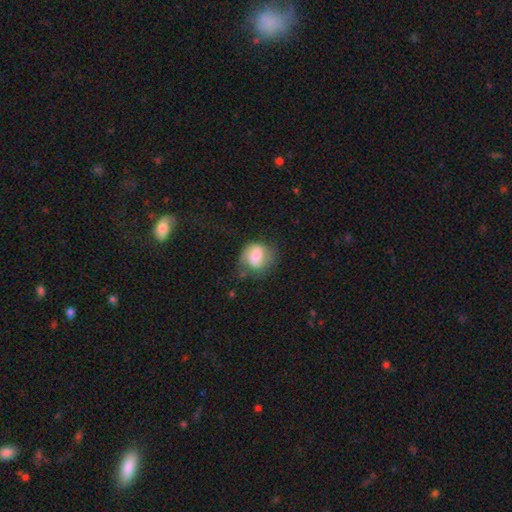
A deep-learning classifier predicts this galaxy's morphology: Overall: smooth (63%; featured or disk 28%). How rounded: round (51%; in between 47%). Merging: none (43%; minor disturbance 30%).